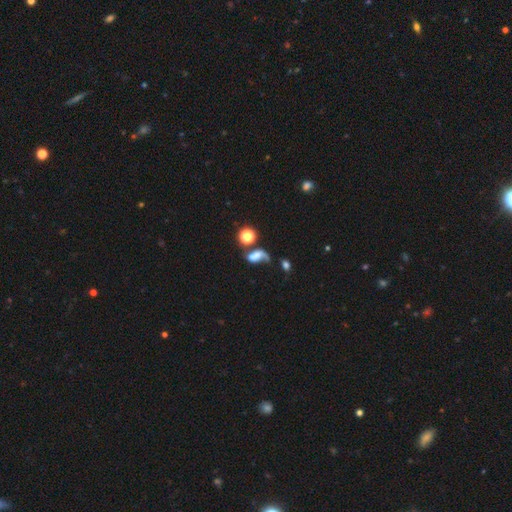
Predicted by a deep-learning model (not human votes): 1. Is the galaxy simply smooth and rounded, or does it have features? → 42% smooth, 41% featured or disk, 17% star or artifact.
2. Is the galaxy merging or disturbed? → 30% major disturbance, 29% none, 25% merger, 16% minor disturbance.